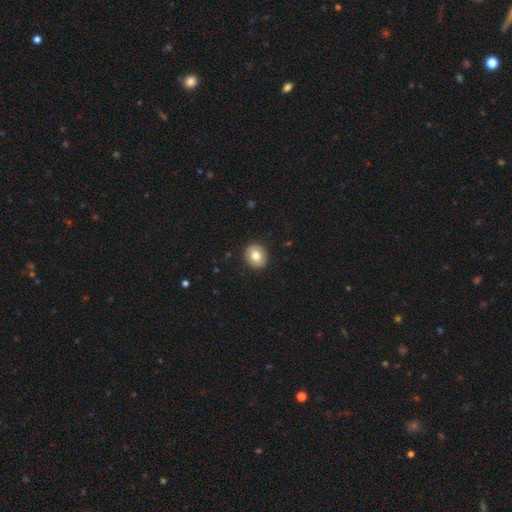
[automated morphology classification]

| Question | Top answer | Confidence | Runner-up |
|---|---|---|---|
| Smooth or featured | smooth | 78% | featured or disk (14%) |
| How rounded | round | 74% | in between (25%) |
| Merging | none | 90% | minor disturbance (7%) |